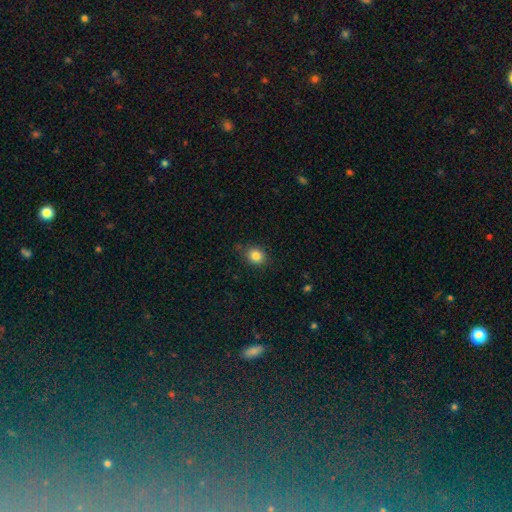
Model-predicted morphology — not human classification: A smooth galaxy with no disk features (84%) that is round (67%).

Vote fractions:
- Smooth or featured? smooth: 84% / star or artifact: 10% / featured or disk: 6%
- How rounded? round: 67% / in between: 32% / cigar-shaped: 1%
- Merging? none: 81% / minor disturbance: 14% / major disturbance: 3% / merger: 2%